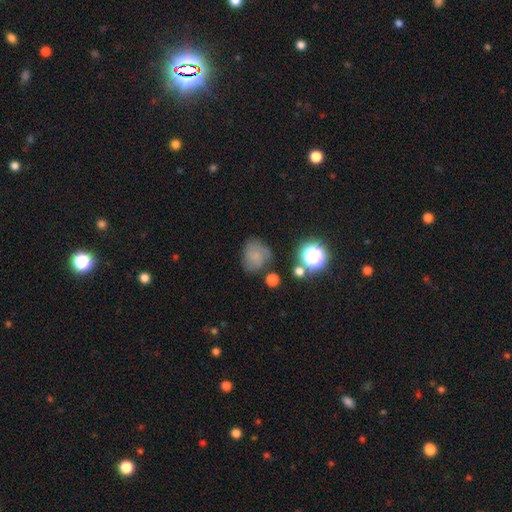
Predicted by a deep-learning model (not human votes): Smooth or featured?
  - smooth: 60% *
  - featured or disk: 25%
  - star or artifact: 15%
How rounded?
  - round: 69% *
  - in between: 30%
  - cigar-shaped: 1%
Merging?
  - none: 60% *
  - minor disturbance: 24%
  - major disturbance: 12%
  - merger: 5%